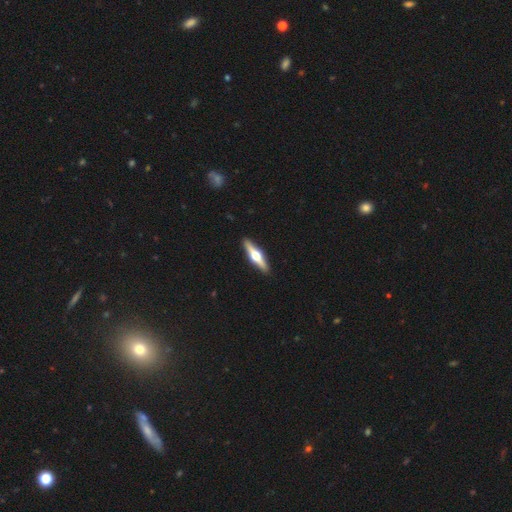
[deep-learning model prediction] A featured or disk galaxy (69%) viewed edge-on (97%) with a rounded central bulge (96%). Merging: none (92%).